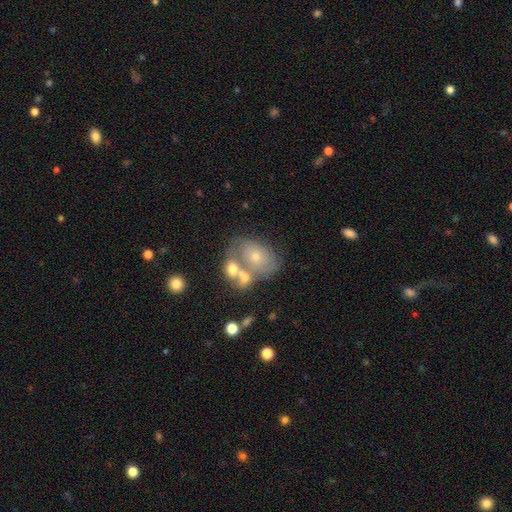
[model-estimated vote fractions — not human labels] Morphology: type=smooth (48%); merging=merger (46%).